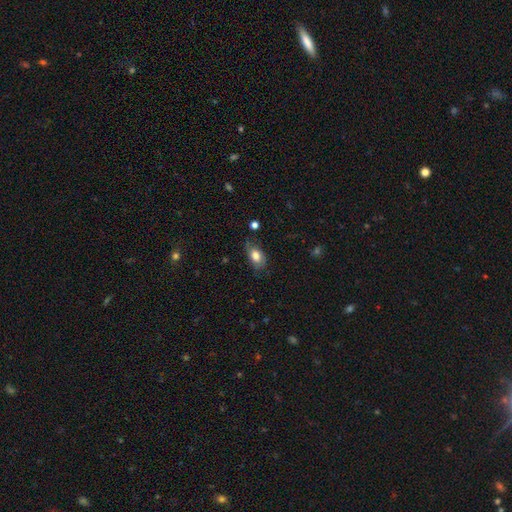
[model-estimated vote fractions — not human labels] smooth 77%, featured or disk 16%, star or artifact 8%. Down the decision tree: how rounded — in between (88%); merging — none (61%).